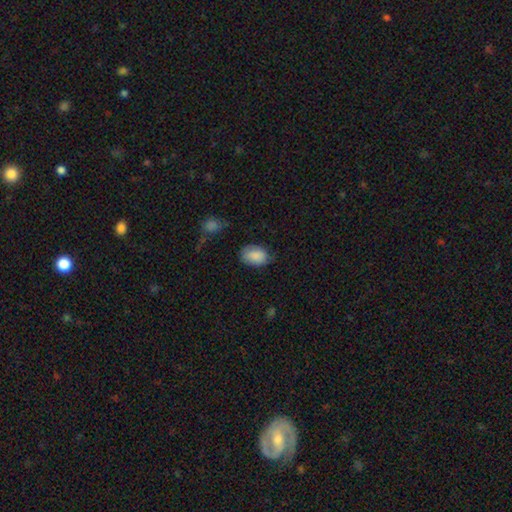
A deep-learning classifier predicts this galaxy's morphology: Smooth or featured: smooth — 86% (featured or disk — 8%)
How rounded: in between — 82% (round — 17%)
Merging: none — 66% (minor disturbance — 26%)